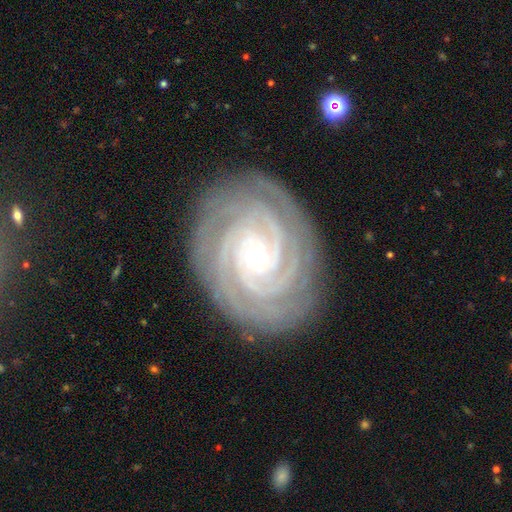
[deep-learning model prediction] Smooth or featured? featured or disk (92%)
Edge-on disk? no (98%)
Bar? no (71%)
Spiral arms? yes (99%)
Spiral winding? tight (88%)
Spiral arm count? 4 (33%)
Bulge size? small (74%)
Merging? none (86%)